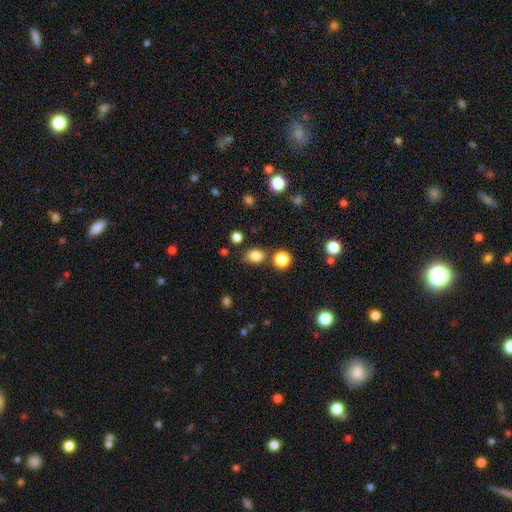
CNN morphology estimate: Smooth or featured: smooth — 82% (star or artifact — 12%)
How rounded: in between — 67% (round — 32%)
Merging: none — 76% (minor disturbance — 12%)